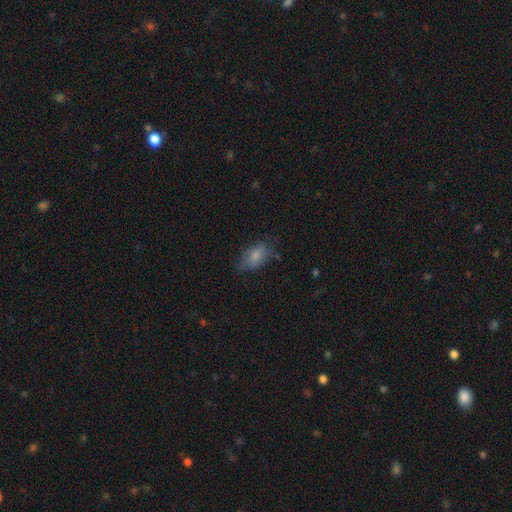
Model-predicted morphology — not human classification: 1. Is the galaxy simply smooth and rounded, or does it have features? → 75% smooth, 17% featured or disk, 8% star or artifact.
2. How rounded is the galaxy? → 89% in between, 6% round, 5% cigar-shaped.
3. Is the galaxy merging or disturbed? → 58% none, 29% minor disturbance, 11% major disturbance, 2% merger.